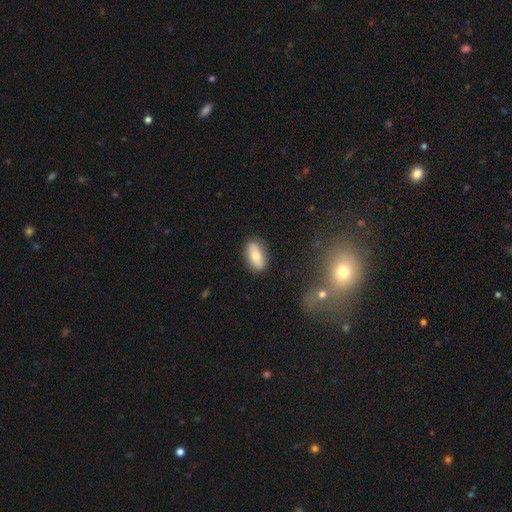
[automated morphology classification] Smooth or featured? smooth (65%)
How rounded? in between (87%)
Merging? none (85%)